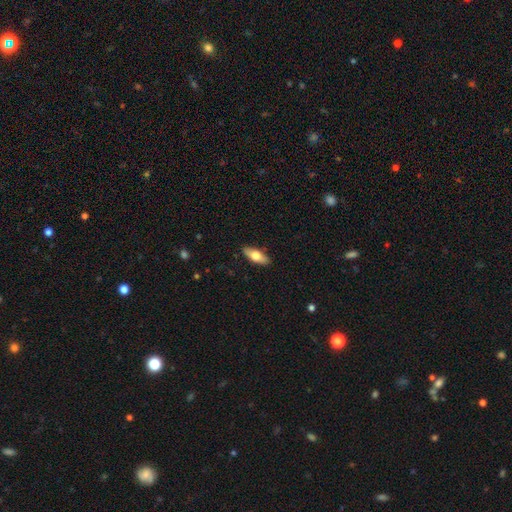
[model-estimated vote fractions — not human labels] Smooth or featured? Predicted: smooth (p=0.65). How rounded? Predicted: in between (p=0.75). Merging? Predicted: none (p=0.87).